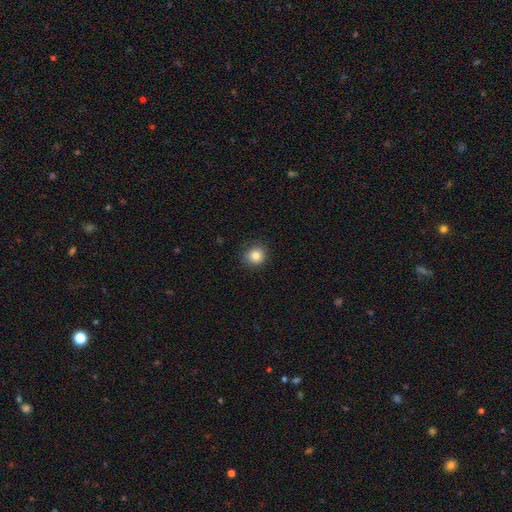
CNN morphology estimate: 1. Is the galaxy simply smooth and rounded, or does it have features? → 84% smooth, 11% star or artifact, 5% featured or disk.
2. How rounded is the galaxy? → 88% round, 12% in between, 1% cigar-shaped.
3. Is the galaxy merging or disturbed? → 87% none, 9% minor disturbance, 2% major disturbance, 1% merger.